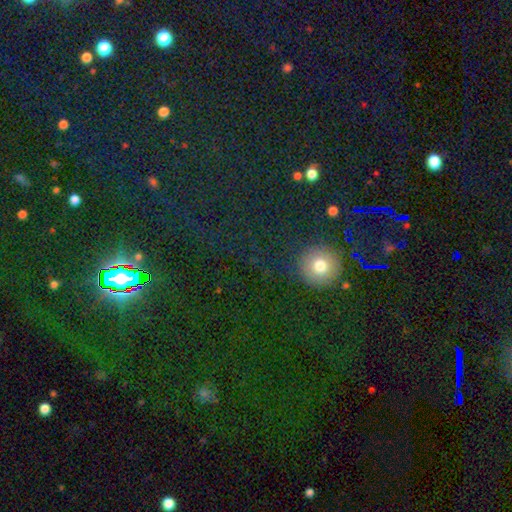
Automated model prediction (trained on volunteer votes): This appears to be a smooth galaxy with no disk features (46%). Merging: none (90%).